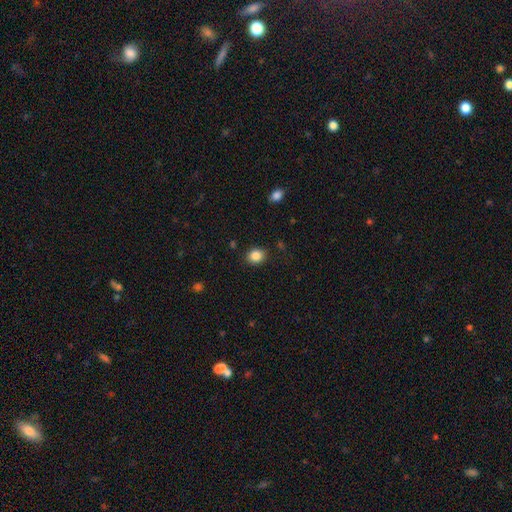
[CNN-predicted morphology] The model was most divided on "how rounded": round: 62%, in between: 37%, cigar-shaped: 1%. More confident: merging — none (87%); smooth or featured — smooth (86%).